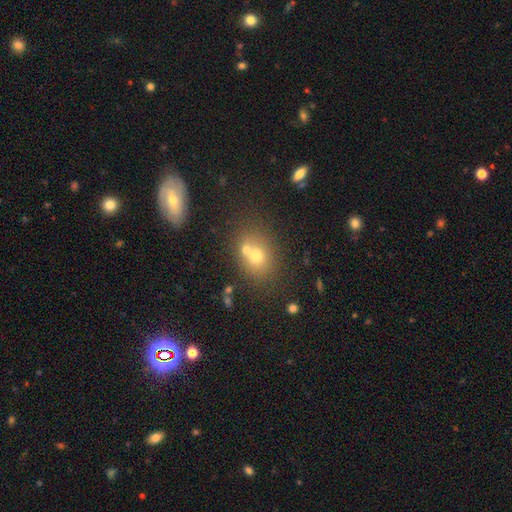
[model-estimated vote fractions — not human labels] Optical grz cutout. It shows a smooth galaxy with no disk features (64%) that is round (57%). Merging: none (48%).